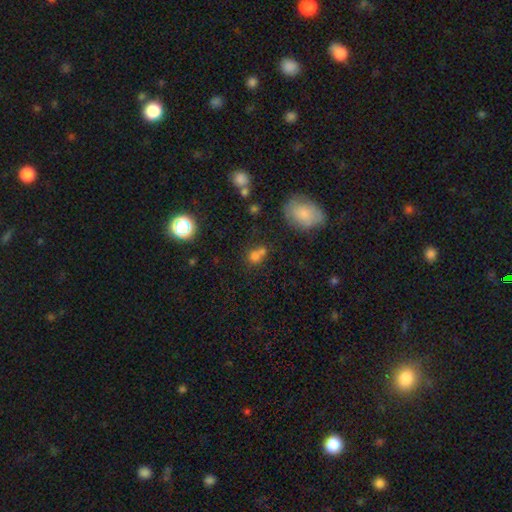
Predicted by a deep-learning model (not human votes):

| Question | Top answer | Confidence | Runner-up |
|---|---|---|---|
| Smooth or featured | smooth | 70% | star or artifact (18%) |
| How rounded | round | 73% | in between (25%) |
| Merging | merger | 46% | none (40%) |